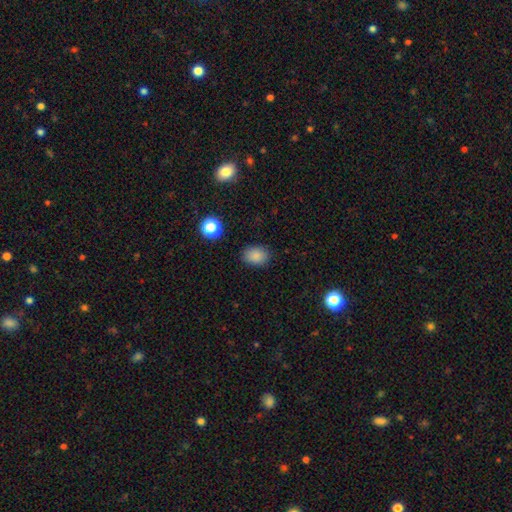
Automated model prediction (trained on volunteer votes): Smooth or featured? Predicted: smooth (p=0.85). How rounded? Predicted: in between (p=0.73). Merging? Predicted: none (p=0.85).